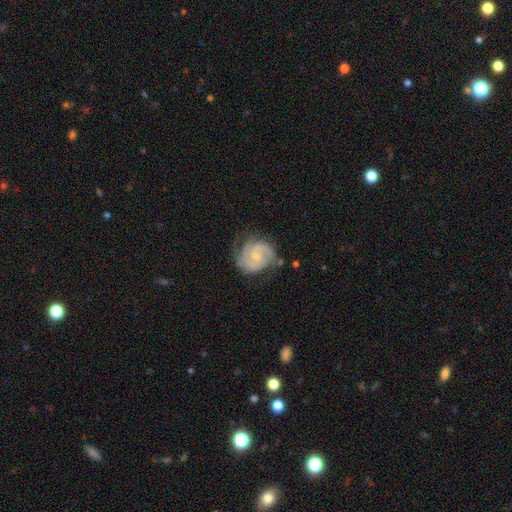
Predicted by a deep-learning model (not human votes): Q: Smooth or featured?
A: featured or disk (84%); runner-up: smooth (11%)
Q: Edge-on disk?
A: no (98%); runner-up: yes (2%)
Q: Bar?
A: no (55%); runner-up: weak (39%)
Q: Spiral arms?
A: yes (96%); runner-up: no (4%)
Q: Spiral winding?
A: tight (51%); runner-up: medium (40%)
Q: Spiral arm count?
A: 2 (69%); runner-up: 3 (12%)
Q: Bulge size?
A: small (61%); runner-up: moderate (30%)
Q: Merging?
A: none (64%); runner-up: minor disturbance (23%)